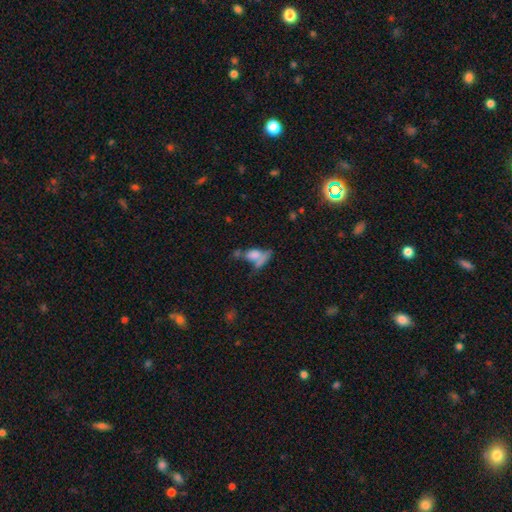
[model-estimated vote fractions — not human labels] Smooth or featured: smooth — 66% (featured or disk — 21%)
How rounded: in between — 75% (cigar-shaped — 14%)
Merging: merger — 45% (none — 26%)